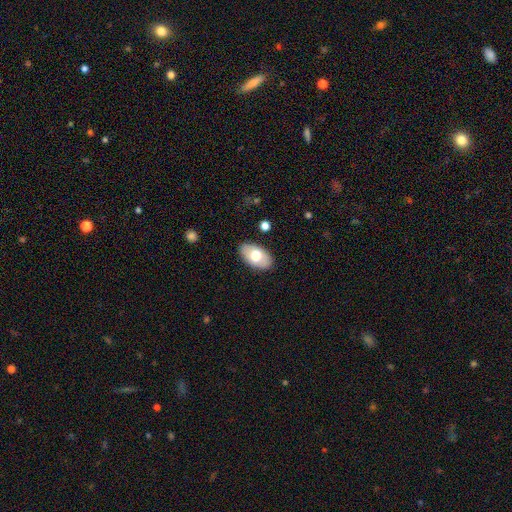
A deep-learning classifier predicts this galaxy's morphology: Smooth or featured?
  - smooth: 67% *
  - featured or disk: 26%
  - star or artifact: 6%
How rounded?
  - in between: 93% *
  - round: 6%
  - cigar-shaped: 1%
Merging?
  - none: 86% *
  - minor disturbance: 10%
  - major disturbance: 2%
  - merger: 1%